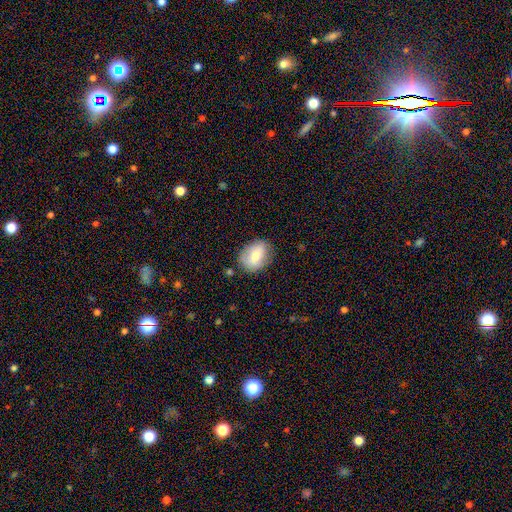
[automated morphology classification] Smooth or featured: smooth — 66% (featured or disk — 26%)
How rounded: in between — 62% (round — 37%)
Merging: none — 77% (minor disturbance — 17%)